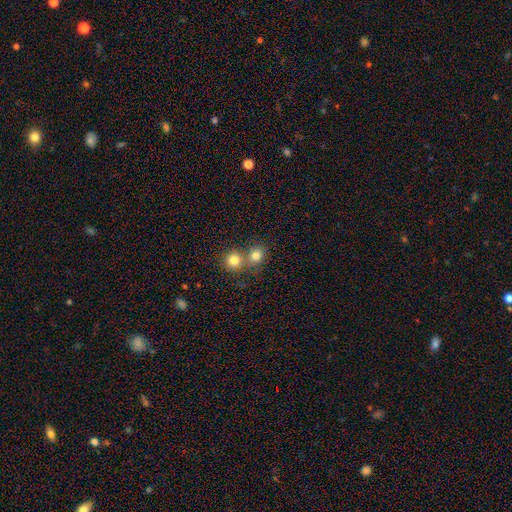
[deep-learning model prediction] The model was most divided on "merging": none: 48%, merger: 43%, minor disturbance: 6%, major disturbance: 3%. More confident: how rounded — round (82%); smooth or featured — smooth (79%).